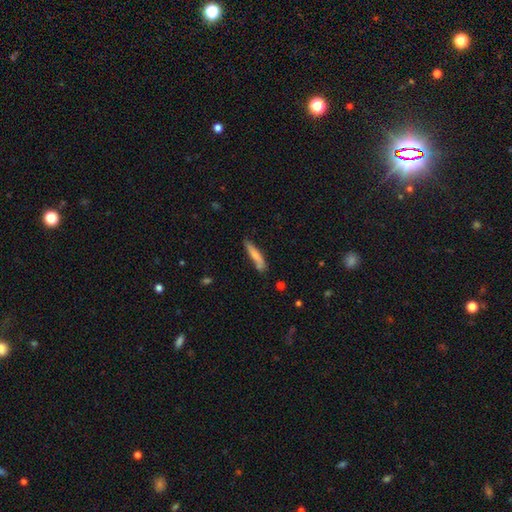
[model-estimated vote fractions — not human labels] A smooth galaxy with no disk features (70%) that is cigar-shaped (87%).

Vote fractions:
- Smooth or featured? smooth: 70% / featured or disk: 24% / star or artifact: 6%
- How rounded? cigar-shaped: 87% / in between: 11% / round: 2%
- Merging? none: 67% / minor disturbance: 22% / merger: 7% / major disturbance: 5%